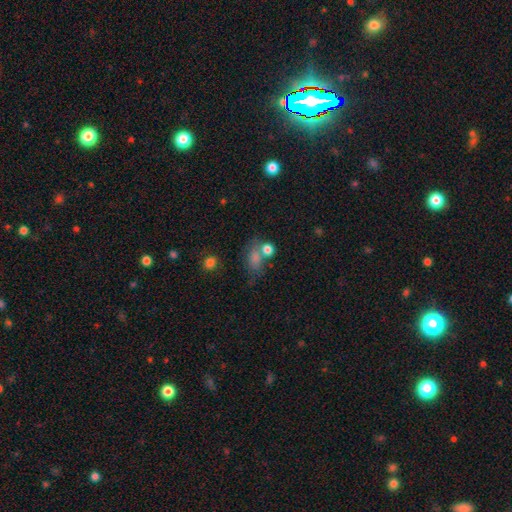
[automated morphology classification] type=smooth (68%); roundness=in between (67%); merging=none (50%).